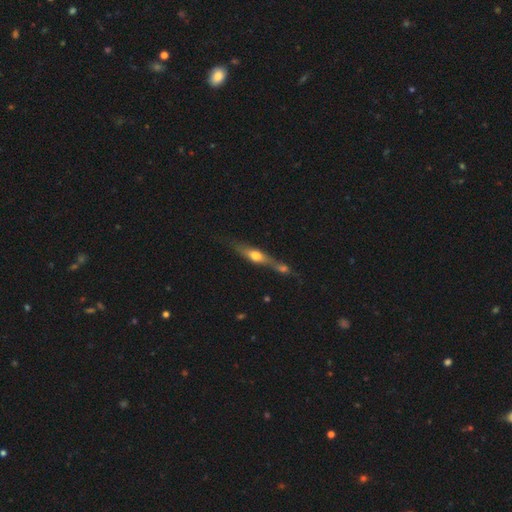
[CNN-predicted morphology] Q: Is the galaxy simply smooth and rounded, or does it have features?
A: featured or disk — 56%.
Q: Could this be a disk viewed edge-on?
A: yes — 84%.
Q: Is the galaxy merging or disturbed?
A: none — 43%.